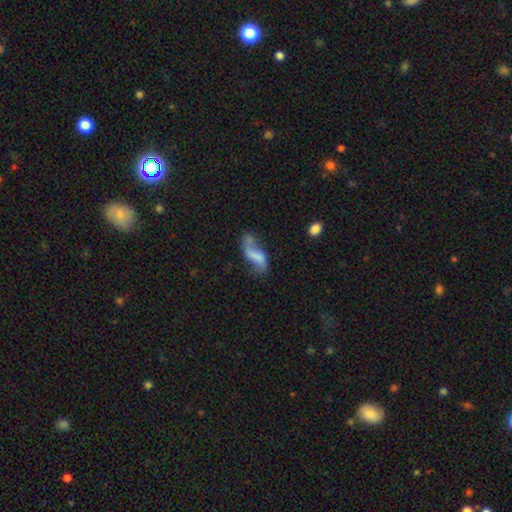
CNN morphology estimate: smooth-or-featured: featured or disk: 46% | smooth: 45% | star or artifact: 9%
  merging: none: 38% | minor disturbance: 26% | major disturbance: 20% | merger: 16%